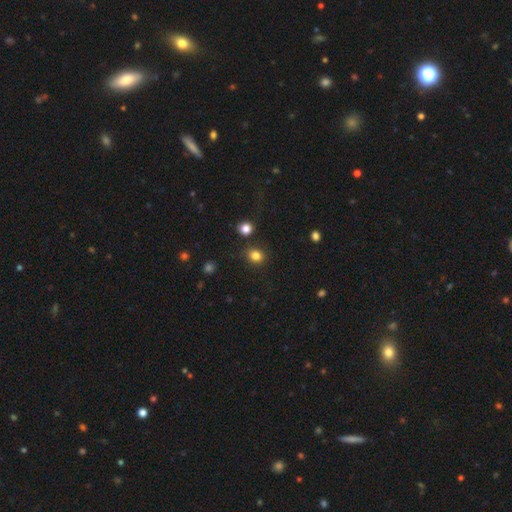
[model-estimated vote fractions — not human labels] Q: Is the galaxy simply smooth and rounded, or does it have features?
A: smooth — 83%.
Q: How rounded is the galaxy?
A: round — 68%.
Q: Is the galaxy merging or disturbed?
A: none — 83%.